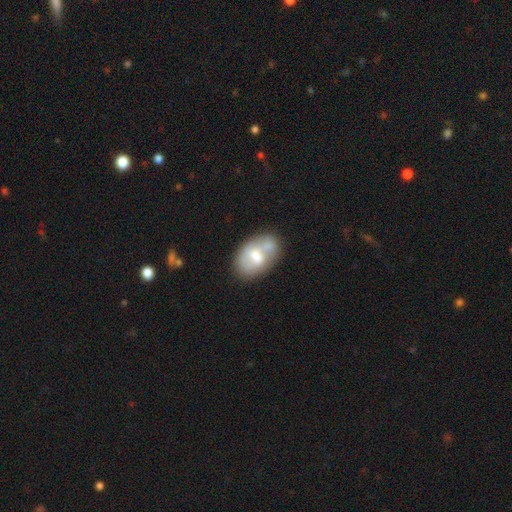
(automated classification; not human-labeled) Smooth or featured? Predicted: smooth (p=0.51). How rounded? Predicted: in between (p=0.87). Merging? Predicted: none (p=0.48).